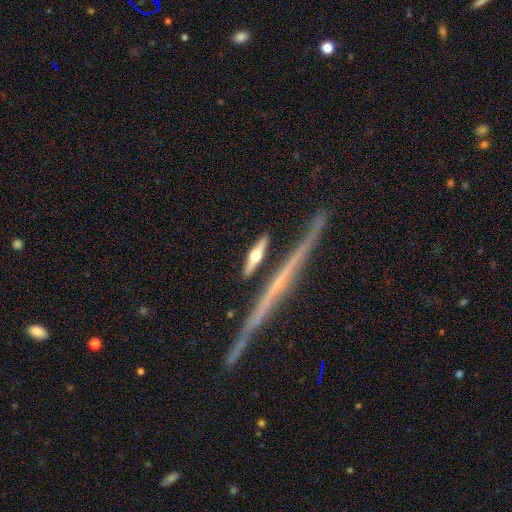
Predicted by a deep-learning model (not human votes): This appears to be a featured or disk galaxy (57%) viewed edge-on (92%) with a rounded central bulge (90%). Merging: none (79%).